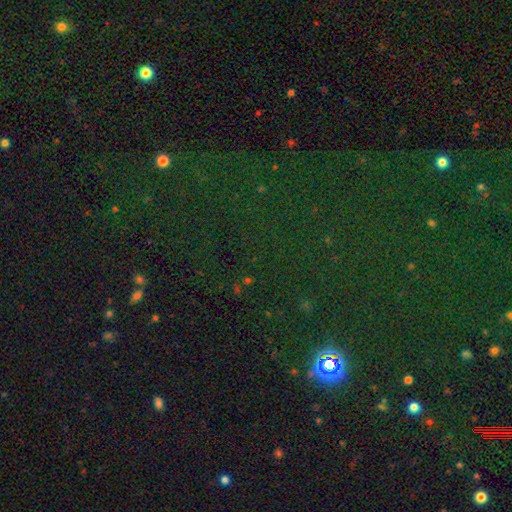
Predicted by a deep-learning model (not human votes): Smooth or featured?
  - star or artifact: 77% *
  - smooth: 15%
  - featured or disk: 8%